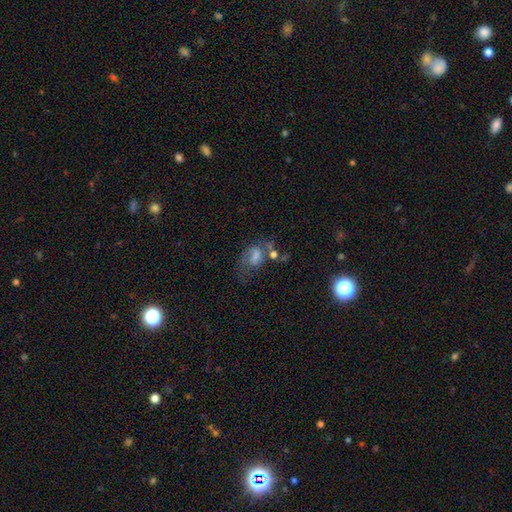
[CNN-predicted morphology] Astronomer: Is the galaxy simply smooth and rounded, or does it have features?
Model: smooth — 42% (runner-up: featured or disk, 40%).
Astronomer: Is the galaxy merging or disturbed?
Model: none — 34% (runner-up: major disturbance, 31%).